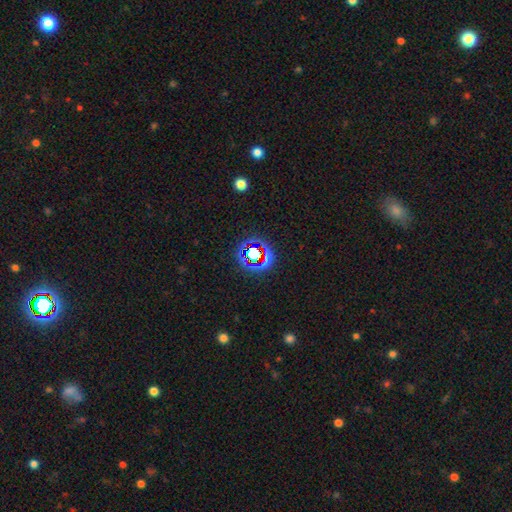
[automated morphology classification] Smooth or featured: star or artifact — 67% (smooth — 21%)